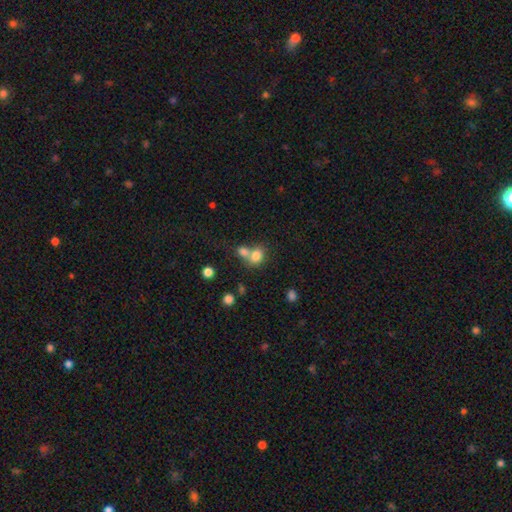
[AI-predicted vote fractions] smooth 78%, star or artifact 11%, featured or disk 10%. Down the decision tree: how rounded — round (57%); merging — merger (53%).